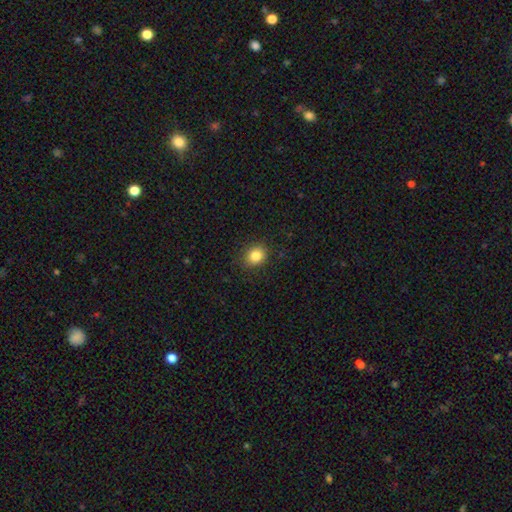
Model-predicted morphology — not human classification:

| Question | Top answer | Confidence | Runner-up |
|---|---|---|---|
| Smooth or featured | smooth | 84% | star or artifact (11%) |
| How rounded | round | 64% | in between (35%) |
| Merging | none | 87% | minor disturbance (9%) |